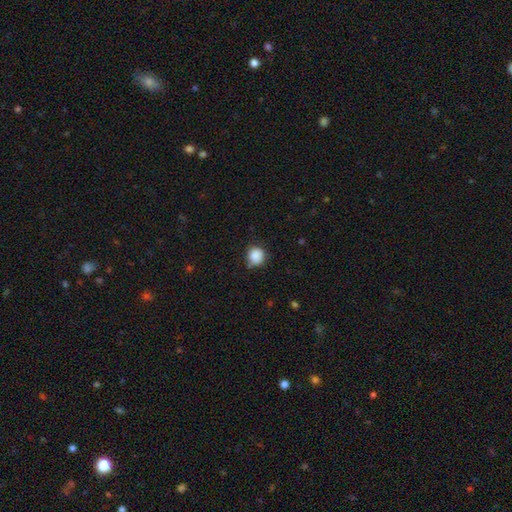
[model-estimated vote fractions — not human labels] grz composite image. It shows a smooth galaxy with no disk features (87%) that is round (86%). Merging: none (71%).